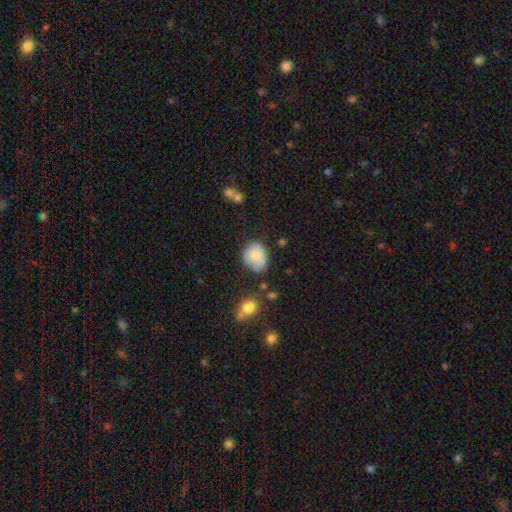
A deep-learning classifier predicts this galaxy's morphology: Smooth or featured? Predicted: smooth (p=0.81). How rounded? Predicted: in between (p=0.52). Merging? Predicted: none (p=0.56).